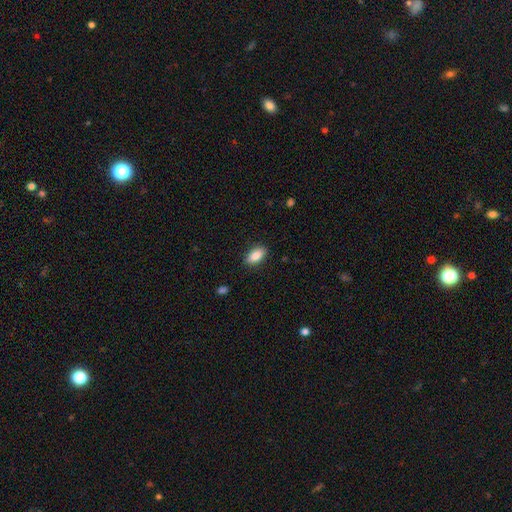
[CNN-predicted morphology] The model was most divided on "merging": none: 87%, minor disturbance: 9%, major disturbance: 2%, merger: 1%. More confident: how rounded — in between (91%); smooth or featured — smooth (88%).